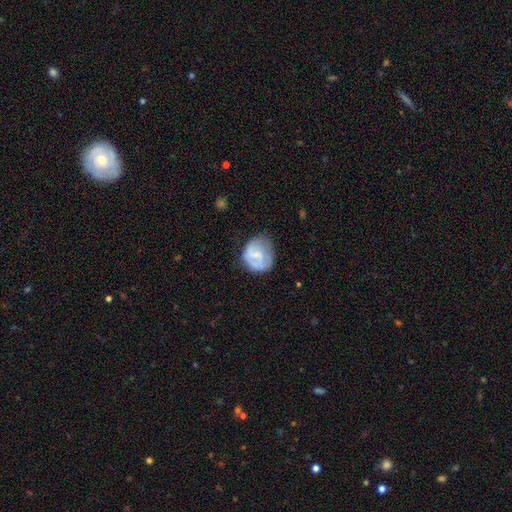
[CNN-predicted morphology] Q: Smooth or featured?
A: smooth (51%); runner-up: featured or disk (43%)
Q: How rounded?
A: round (70%); runner-up: in between (29%)
Q: Merging?
A: none (54%); runner-up: minor disturbance (29%)